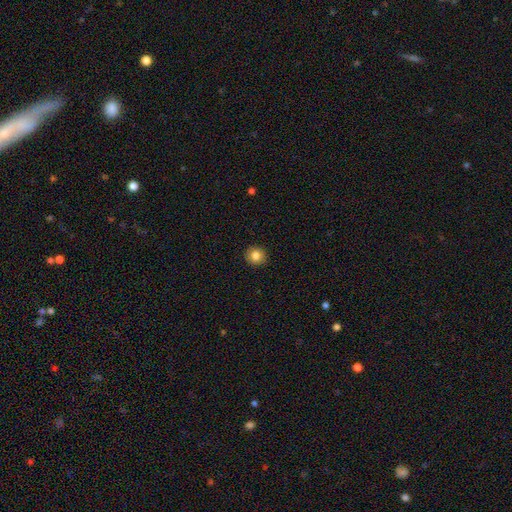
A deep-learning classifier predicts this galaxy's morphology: Smooth or featured? Predicted: smooth (p=0.84). How rounded? Predicted: round (p=0.91). Merging? Predicted: none (p=0.92).